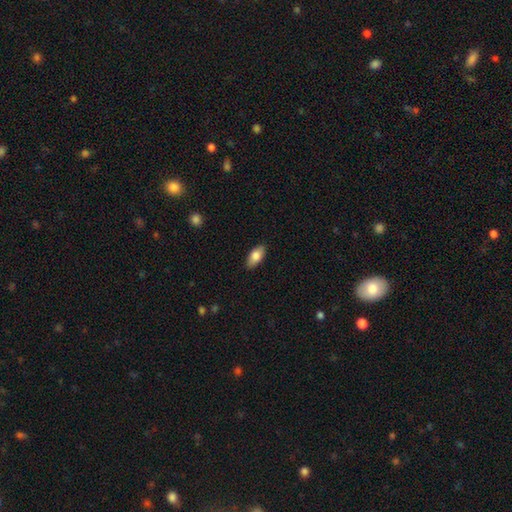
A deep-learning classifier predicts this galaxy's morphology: Smooth or featured: smooth — 81% (featured or disk — 13%)
How rounded: in between — 89% (cigar-shaped — 8%)
Merging: none — 88% (minor disturbance — 9%)